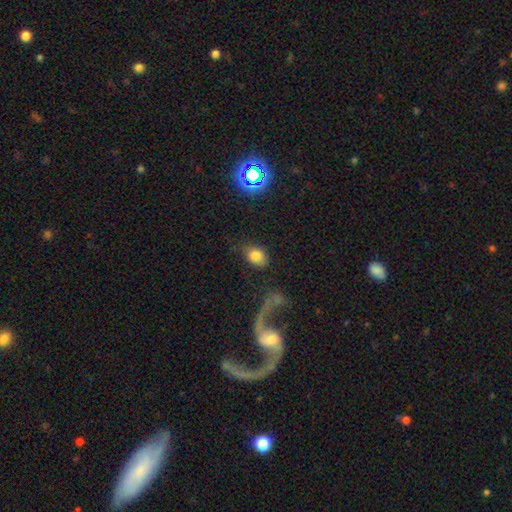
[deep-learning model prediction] Smooth or featured? Predicted: smooth (p=0.78). How rounded? Predicted: in between (p=0.66). Merging? Predicted: none (p=0.58).